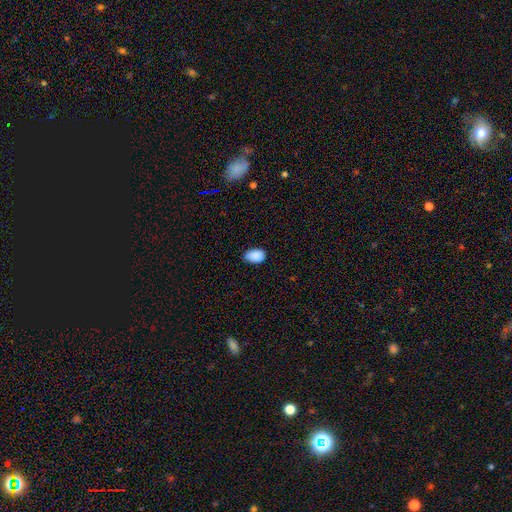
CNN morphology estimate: Smooth or featured?
  - smooth: 88% *
  - star or artifact: 8%
  - featured or disk: 4%
How rounded?
  - in between: 86% *
  - round: 13%
  - cigar-shaped: 1%
Merging?
  - none: 71% *
  - minor disturbance: 25%
  - major disturbance: 3%
  - merger: 1%